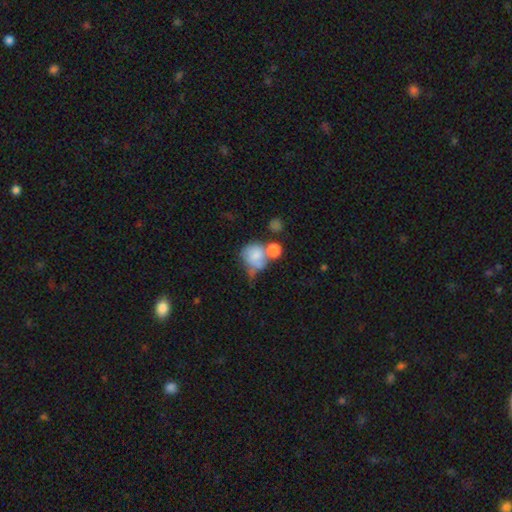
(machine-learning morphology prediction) smooth_or_featured: smooth (p=0.73) [alt: featured or disk p=0.18]
how_rounded: round (p=0.75) [alt: in between p=0.23]
merging: merger (p=0.41) [alt: none p=0.28]